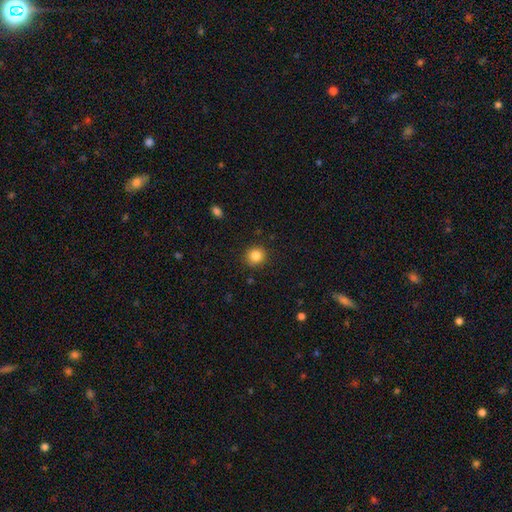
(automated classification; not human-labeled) Q: Smooth or featured?
A: smooth (84%); runner-up: star or artifact (11%)
Q: How rounded?
A: round (89%); runner-up: in between (10%)
Q: Merging?
A: none (90%); runner-up: minor disturbance (7%)